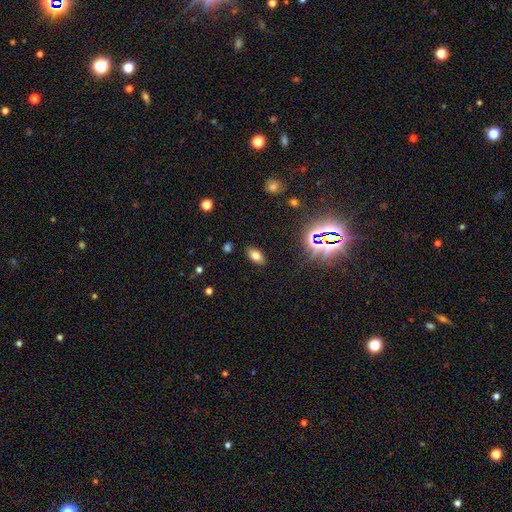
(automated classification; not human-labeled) A smooth galaxy with no disk features (69%) that is in between round and cigar-shaped (89%).

Vote fractions:
- Smooth or featured? smooth: 69% / star or artifact: 18% / featured or disk: 13%
- How rounded? in between: 89% / round: 6% / cigar-shaped: 5%
- Merging? none: 87% / minor disturbance: 9% / major disturbance: 2% / merger: 1%